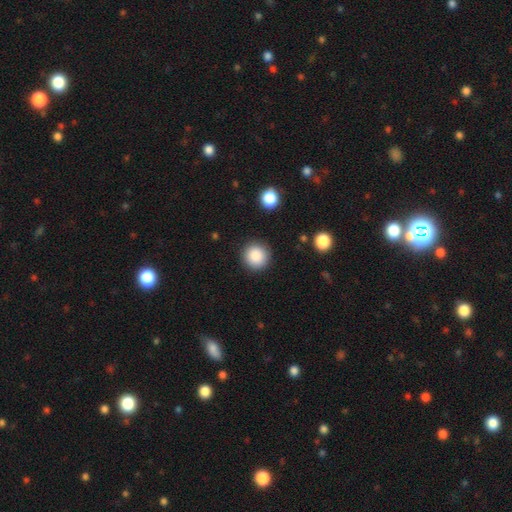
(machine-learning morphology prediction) The model was most divided on "smooth or featured": smooth: 86%, star or artifact: 9%, featured or disk: 5%. More confident: how rounded — round (95%); merging — none (90%).